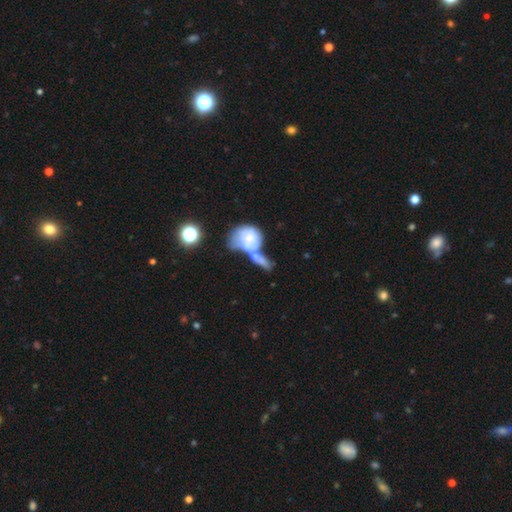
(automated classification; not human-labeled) Overall: featured or disk (48%; smooth 41%). Merging: merger (54%; none 18%).